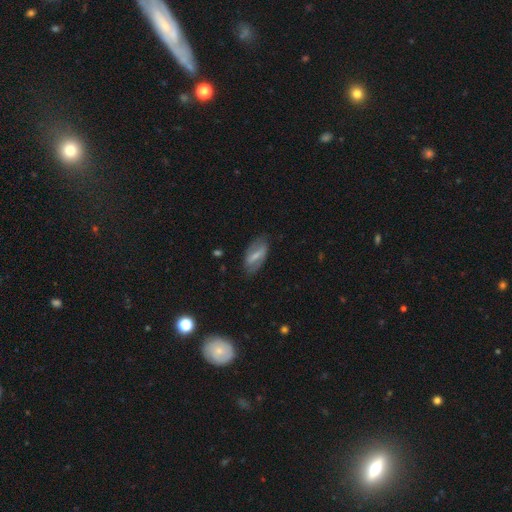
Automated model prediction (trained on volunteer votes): A featured or disk galaxy (54%). Merging: none (76%).